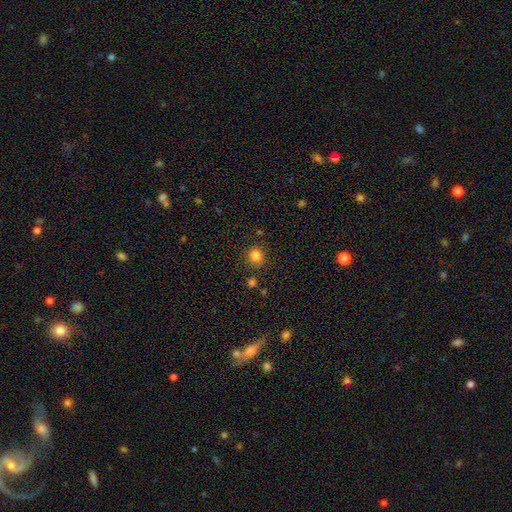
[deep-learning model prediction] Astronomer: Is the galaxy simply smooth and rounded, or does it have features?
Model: smooth — 83%.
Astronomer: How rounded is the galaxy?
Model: round — 87%.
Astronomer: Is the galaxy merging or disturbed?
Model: none — 84%.